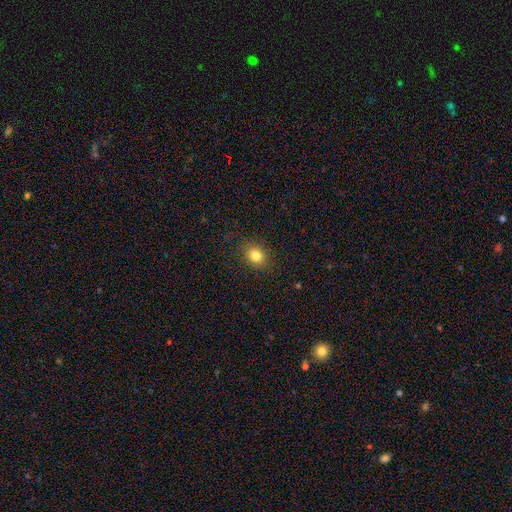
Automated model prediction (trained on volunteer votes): Morphology: type=smooth (82%); roundness=in between (51%); merging=none (86%).